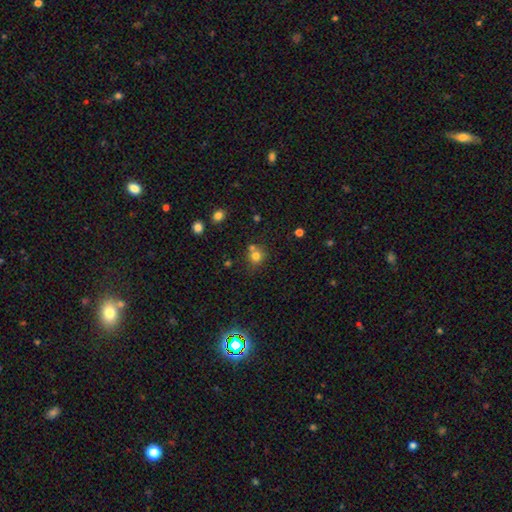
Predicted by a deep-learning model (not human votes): Q: Smooth or featured?
A: smooth (75%); runner-up: star or artifact (15%)
Q: How rounded?
A: round (84%); runner-up: in between (16%)
Q: Merging?
A: none (56%); runner-up: merger (30%)